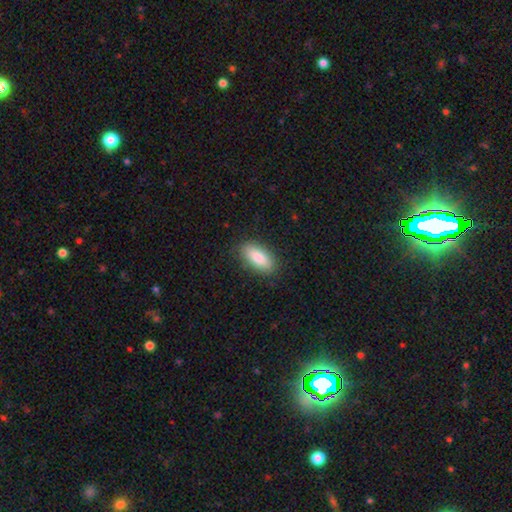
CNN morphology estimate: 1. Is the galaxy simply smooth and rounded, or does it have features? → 85% smooth, 9% featured or disk, 6% star or artifact.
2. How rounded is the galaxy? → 82% in between, 16% cigar-shaped, 2% round.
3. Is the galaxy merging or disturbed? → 86% none, 10% minor disturbance, 2% major disturbance, 1% merger.